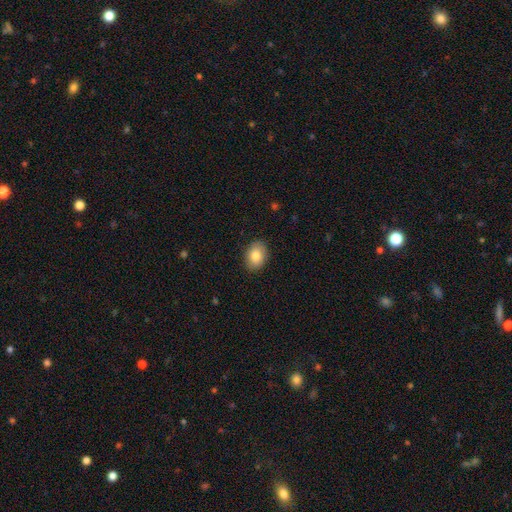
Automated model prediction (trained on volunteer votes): smooth_or_featured: smooth (p=0.85) [alt: featured or disk p=0.08]
how_rounded: in between (p=0.76) [alt: round p=0.23]
merging: none (p=0.88) [alt: minor disturbance p=0.09]